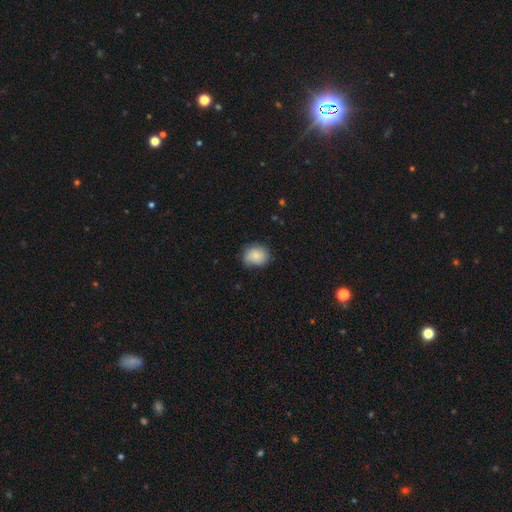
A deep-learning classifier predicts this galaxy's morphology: smooth_or_featured: smooth (p=0.84) [alt: featured or disk p=0.08]
how_rounded: round (p=0.61) [alt: in between p=0.38]
merging: none (p=0.72) [alt: minor disturbance p=0.23]